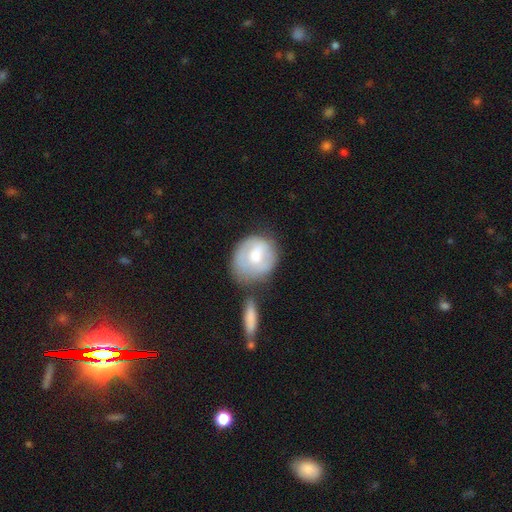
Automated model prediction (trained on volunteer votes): This is possibly a smooth galaxy (56%). How rounded: likely round (68%). Merging: marginally none (43%).